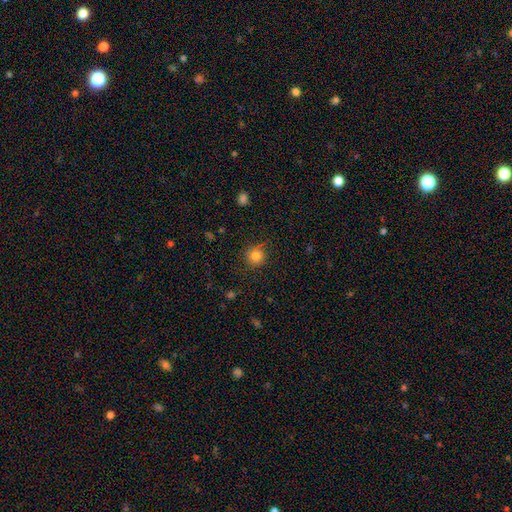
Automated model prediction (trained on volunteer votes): smooth 82%, star or artifact 12%, featured or disk 6%. Down the decision tree: how rounded — round (93%); merging — none (84%).